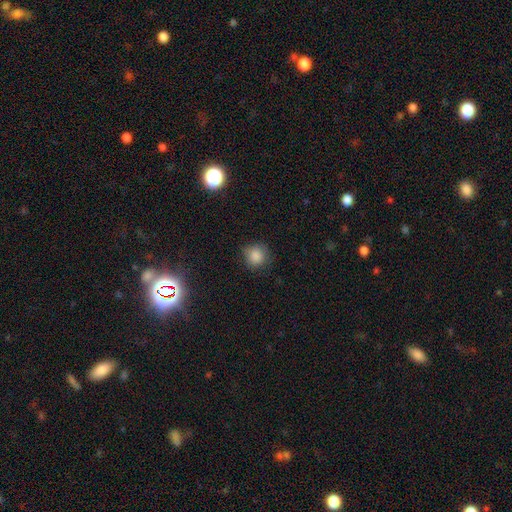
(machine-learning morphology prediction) smooth-or-featured: smooth: 85% | star or artifact: 10% | featured or disk: 4%
  how-rounded: round: 89% | in between: 10% | cigar-shaped: 1%
  merging: none: 76% | minor disturbance: 18% | major disturbance: 5% | merger: 1%